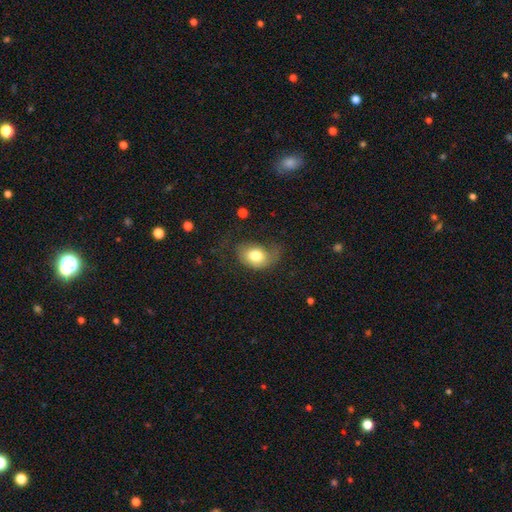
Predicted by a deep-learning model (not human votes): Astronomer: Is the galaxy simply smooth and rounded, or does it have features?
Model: smooth — 73%.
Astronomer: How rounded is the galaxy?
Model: in between — 71%.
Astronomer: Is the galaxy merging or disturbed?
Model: none — 41% (runner-up: minor disturbance, 30%).